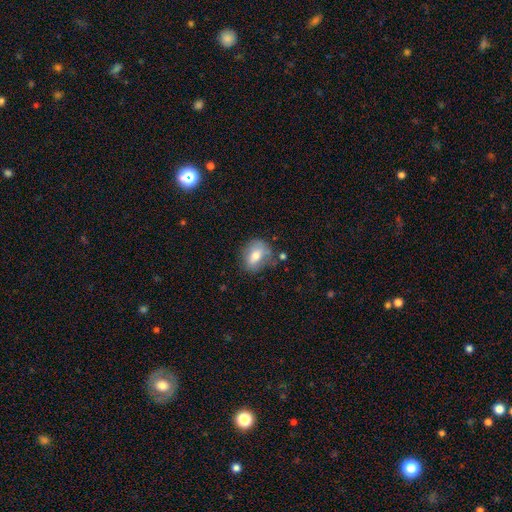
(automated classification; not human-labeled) The model was most divided on "how rounded": in between: 60%, round: 38%, cigar-shaped: 2%. More confident: smooth or featured — smooth (65%); merging — none (63%).